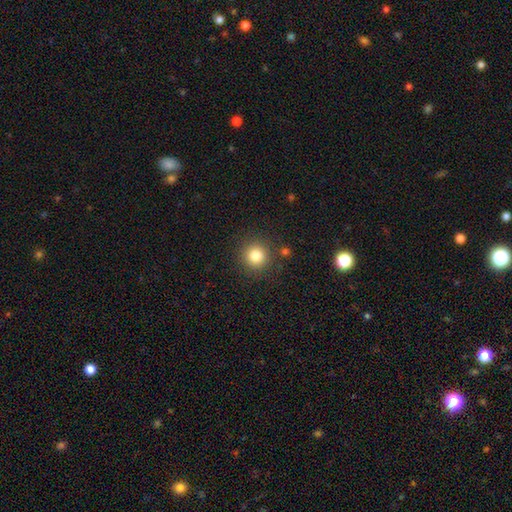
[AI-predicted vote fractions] Overall: smooth (82%). How rounded: round (94%). Merging: none (87%).